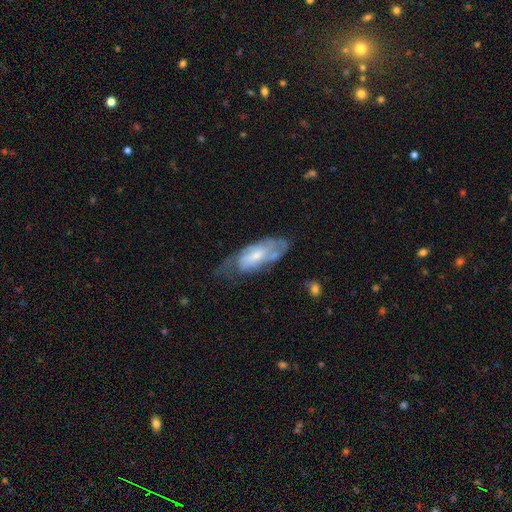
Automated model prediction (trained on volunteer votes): Smooth or featured? featured or disk (58%)
Edge-on disk? no (87%)
Bar? no (54%)
Spiral arms? yes (69%)
Bulge size? small (51%)
Merging? none (42%)